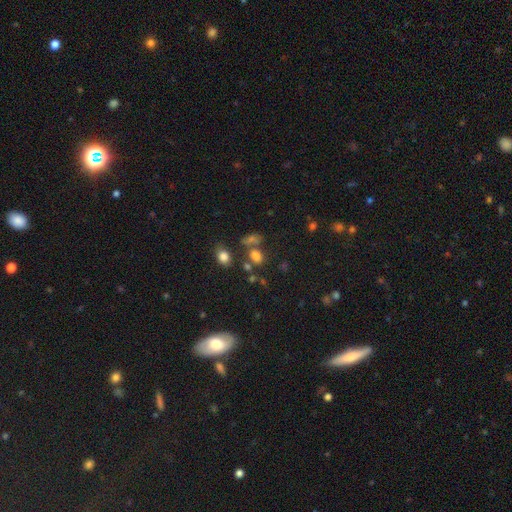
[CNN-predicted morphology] Smooth or featured? Predicted: smooth (p=0.73). How rounded? Predicted: in between (p=0.69). Merging? Predicted: none (p=0.55).